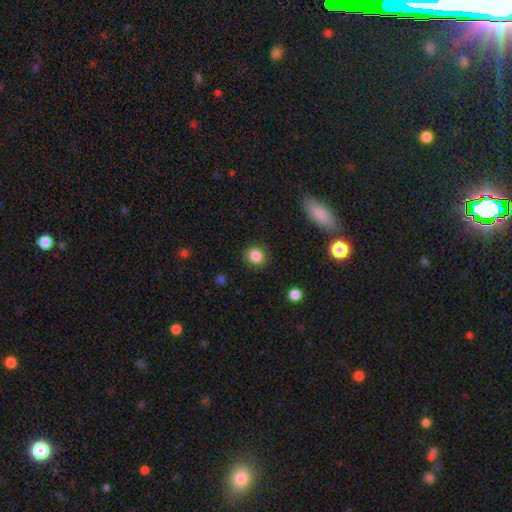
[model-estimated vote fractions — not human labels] Overall: smooth (84%). How rounded: round (64%; in between 34%). Merging: none (86%).